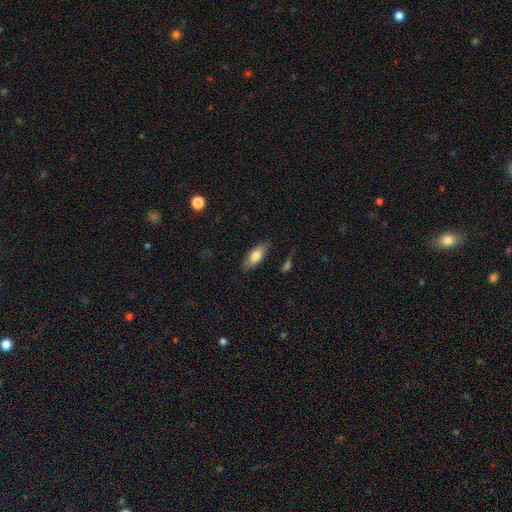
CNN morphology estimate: Smooth or featured: smooth — 76% (featured or disk — 17%)
How rounded: in between — 75% (cigar-shaped — 23%)
Merging: none — 79% (minor disturbance — 15%)